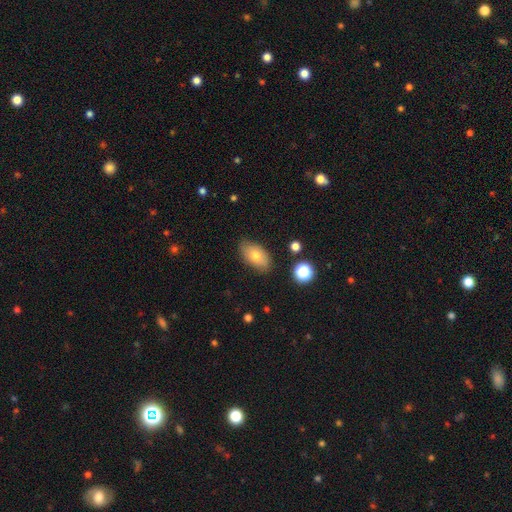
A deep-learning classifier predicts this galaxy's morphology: Smooth or featured?
  - smooth: 72% *
  - featured or disk: 19%
  - star or artifact: 9%
How rounded?
  - in between: 91% *
  - round: 6%
  - cigar-shaped: 3%
Merging?
  - none: 82% *
  - minor disturbance: 13%
  - major disturbance: 3%
  - merger: 2%